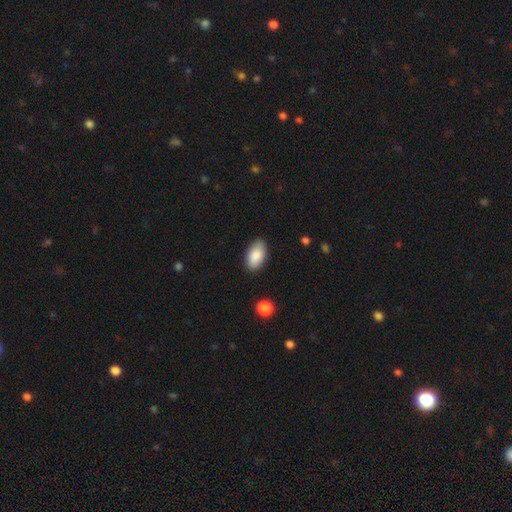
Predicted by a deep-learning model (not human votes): A smooth galaxy with no disk features (88%) that is in between round and cigar-shaped (95%). Merging: none (87%).